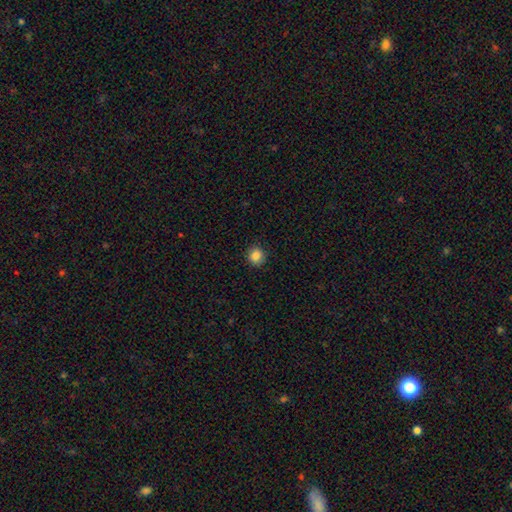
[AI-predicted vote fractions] Morphology: type=smooth (86%); roundness=round (86%); merging=none (90%).